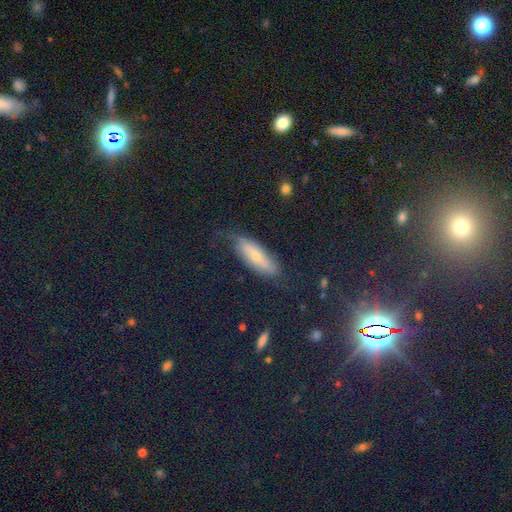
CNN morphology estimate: smooth 42%, featured or disk 36%, star or artifact 22%. Down the decision tree: merging — none (69%).